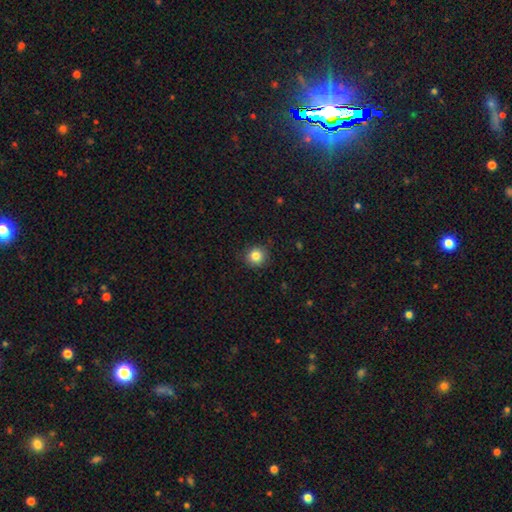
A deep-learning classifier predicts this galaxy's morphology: type=smooth (83%); roundness=round (91%); merging=none (88%).